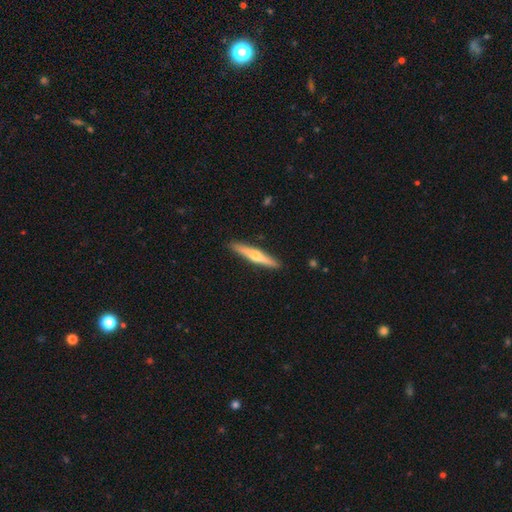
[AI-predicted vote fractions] Smooth or featured? featured or disk (58%)
Edge-on disk? yes (97%)
Edge-on bulge? rounded (89%)
Merging? none (91%)